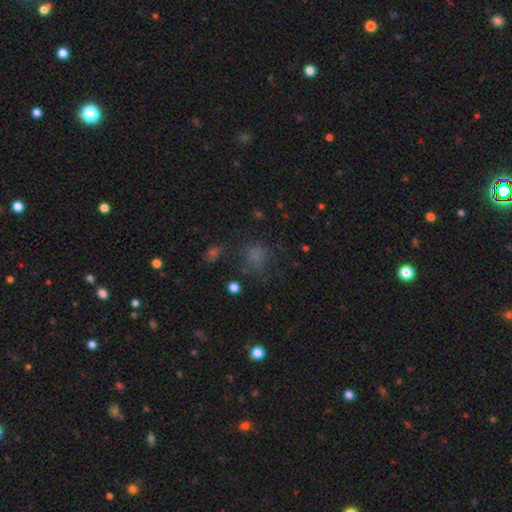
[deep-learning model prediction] A smooth galaxy with no disk features (66%) that is round (71%). Merging: none (56%).